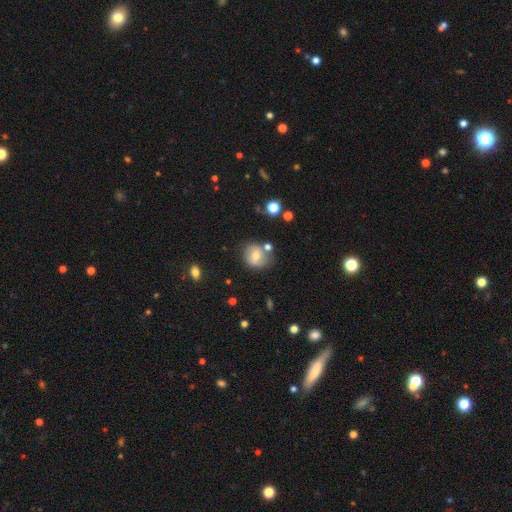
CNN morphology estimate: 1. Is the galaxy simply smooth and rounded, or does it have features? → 62% smooth, 28% featured or disk, 10% star or artifact.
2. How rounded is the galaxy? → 75% round, 24% in between, 1% cigar-shaped.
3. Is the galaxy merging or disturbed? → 66% none, 18% minor disturbance, 11% merger, 5% major disturbance.